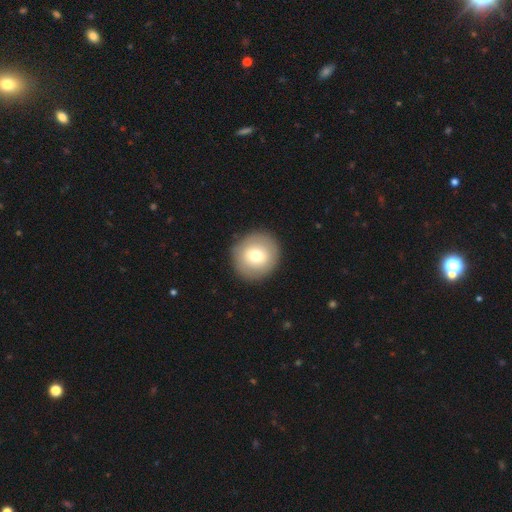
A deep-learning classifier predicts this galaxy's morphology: type=smooth (72%); roundness=round (92%); merging=none (89%).